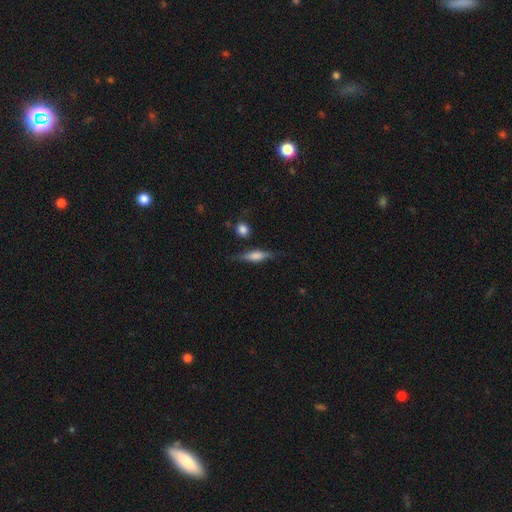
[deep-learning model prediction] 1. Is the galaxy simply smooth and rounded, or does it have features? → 47% smooth, 46% featured or disk, 7% star or artifact.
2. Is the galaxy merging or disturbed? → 76% none, 16% minor disturbance, 5% major disturbance, 4% merger.